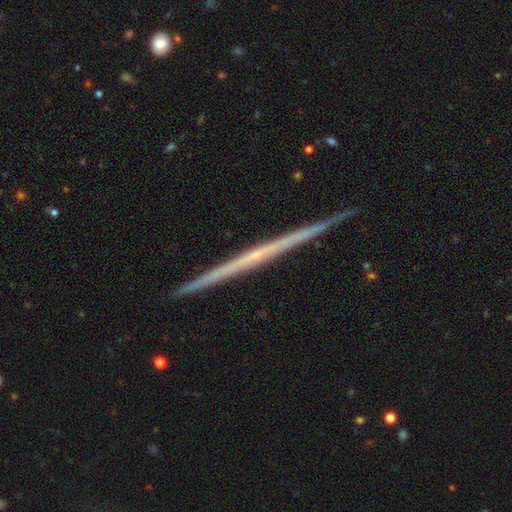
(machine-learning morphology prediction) Smooth or featured? featured or disk (74%)
Edge-on disk? yes (98%)
Edge-on bulge? none (85%)
Merging? none (92%)